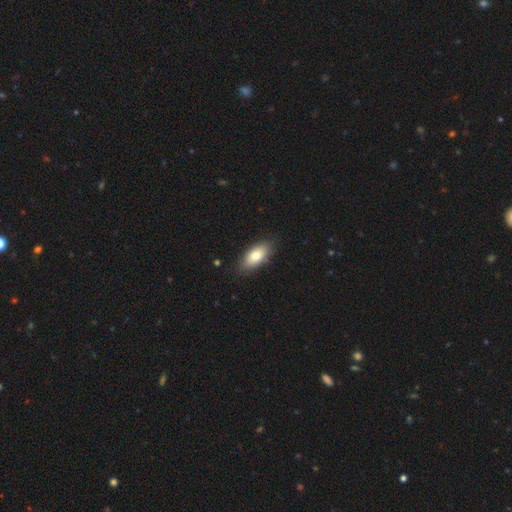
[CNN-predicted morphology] This appears to be a smooth galaxy with no disk features (79%) that is in between round and cigar-shaped (87%). Merging: none (84%).